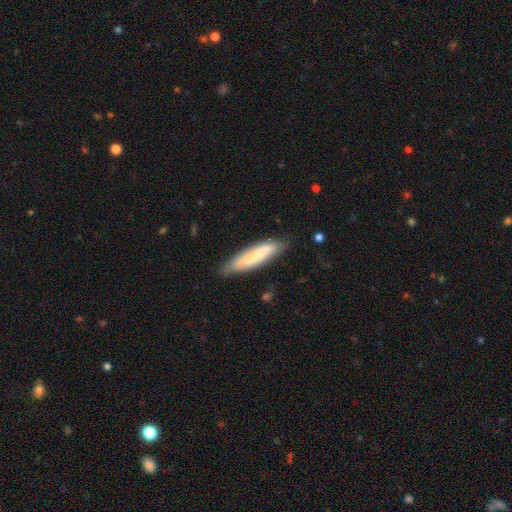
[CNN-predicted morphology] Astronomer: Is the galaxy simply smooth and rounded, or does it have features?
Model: smooth — 68%.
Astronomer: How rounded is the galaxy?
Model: cigar-shaped — 78%.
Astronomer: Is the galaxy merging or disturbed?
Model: none — 79%.